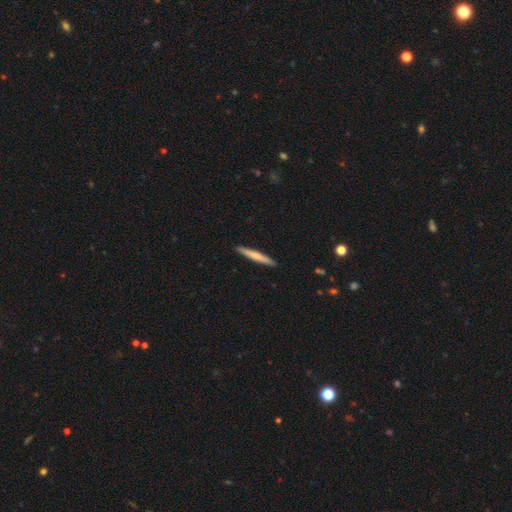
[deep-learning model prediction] A smooth galaxy with no disk features (65%) that is cigar-shaped (96%). Merging: none (92%).